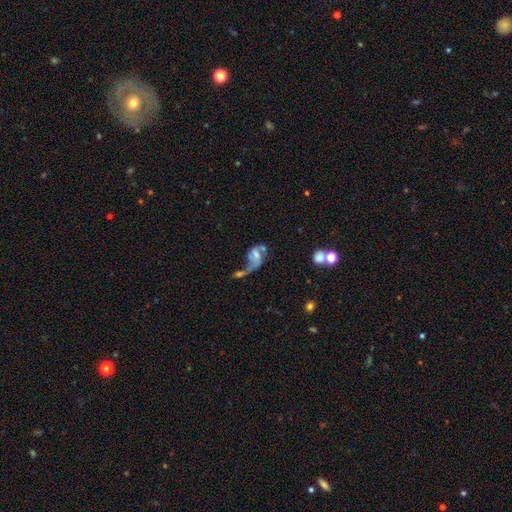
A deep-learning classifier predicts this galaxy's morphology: Q: Smooth or featured?
A: featured or disk (65%); runner-up: smooth (26%)
Q: Edge-on disk?
A: no (97%); runner-up: yes (3%)
Q: Bar?
A: no (49%); runner-up: weak (39%)
Q: Spiral arms?
A: yes (77%); runner-up: no (23%)
Q: Bulge size?
A: small (38%); runner-up: moderate (33%)
Q: Merging?
A: merger (35%); runner-up: major disturbance (32%)